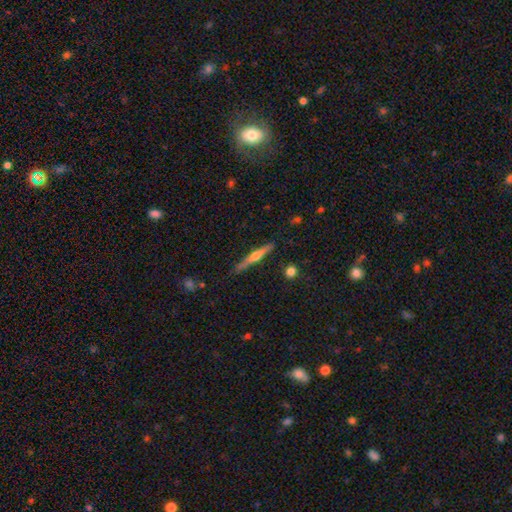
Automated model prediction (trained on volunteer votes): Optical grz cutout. It shows a featured or disk galaxy (66%) viewed edge-on (98%) with a rounded central bulge (88%). Merging: none (85%).